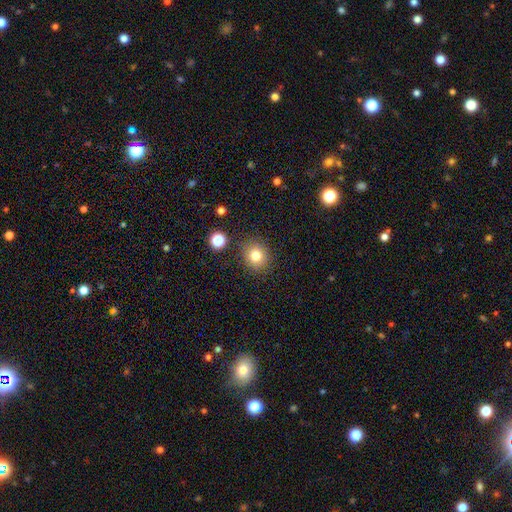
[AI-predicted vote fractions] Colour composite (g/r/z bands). It shows a smooth galaxy with no disk features (79%) that is round (83%). Merging: none (85%).